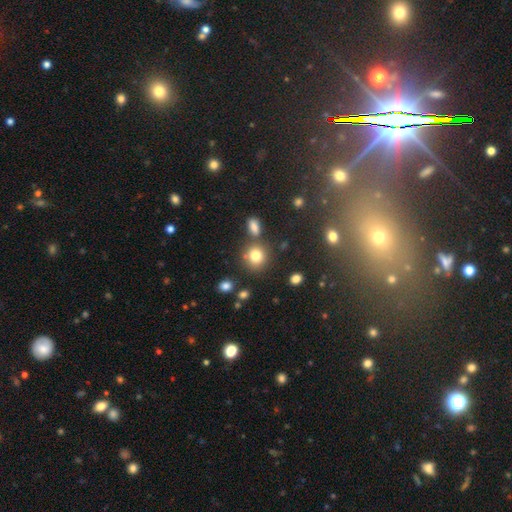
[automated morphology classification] type=smooth (79%); roundness=round (83%); merging=none (72%).